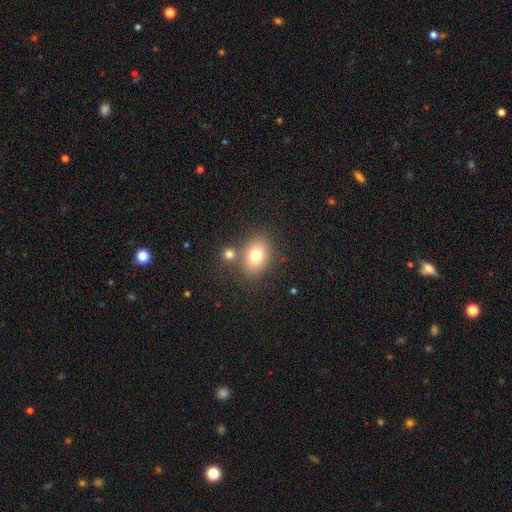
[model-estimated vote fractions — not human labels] Smooth or featured? smooth (76%)
How rounded? in between (66%)
Merging? none (69%)